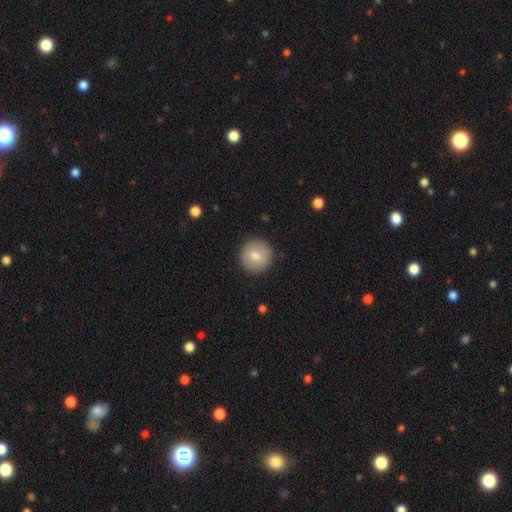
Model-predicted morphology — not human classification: This is clearly a smooth galaxy (81%). How rounded: clearly round (96%). Merging: clearly none (91%).